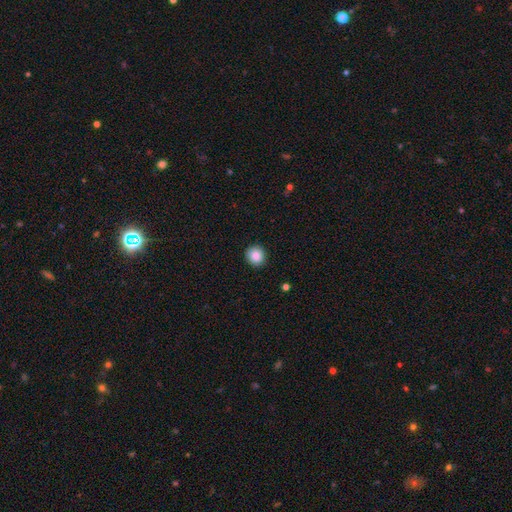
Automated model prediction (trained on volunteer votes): smooth 87%, star or artifact 9%, featured or disk 4%. Down the decision tree: how rounded — round (88%); merging — none (91%).